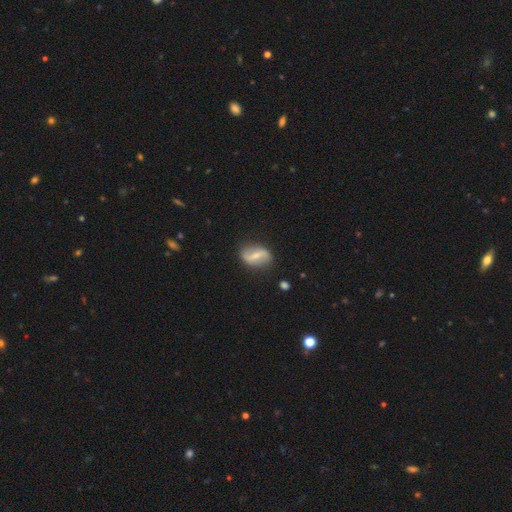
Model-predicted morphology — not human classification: smooth_or_featured: featured or disk (p=0.69) [alt: smooth p=0.25]
disk_edge_on: no (p=0.95) [alt: yes p=0.05]
bar: strong (p=0.56) [alt: weak p=0.31]
has_spiral_arms: yes (p=0.76) [alt: no p=0.24]
bulge_size: small (p=0.55) [alt: moderate p=0.33]
merging: none (p=0.80) [alt: minor disturbance p=0.14]